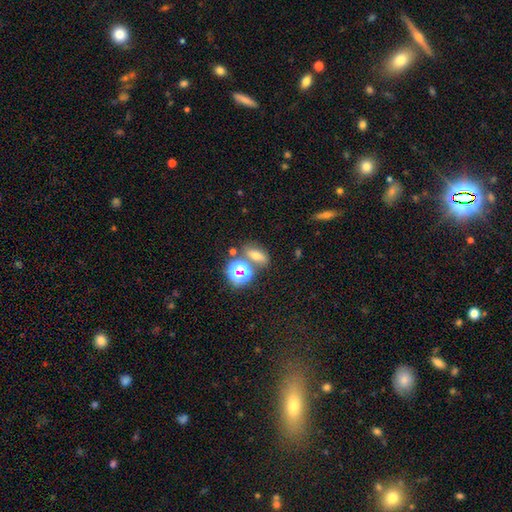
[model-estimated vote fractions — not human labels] A smooth galaxy with no disk features (56%) that is in between round and cigar-shaped (67%). Merging: none (66%).